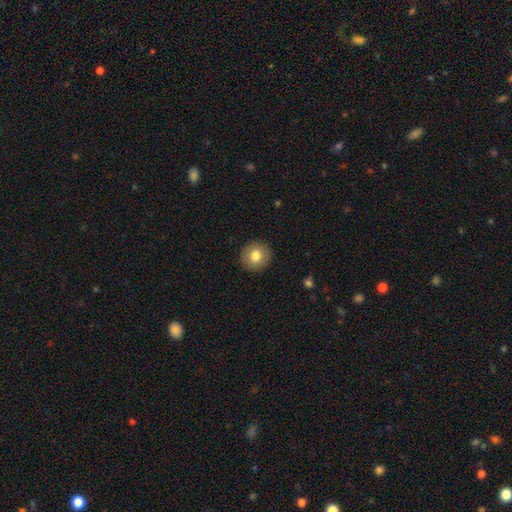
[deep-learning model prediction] smooth_or_featured: smooth (p=0.79) [alt: featured or disk p=0.13]
how_rounded: round (p=0.90) [alt: in between p=0.09]
merging: none (p=0.92) [alt: minor disturbance p=0.06]